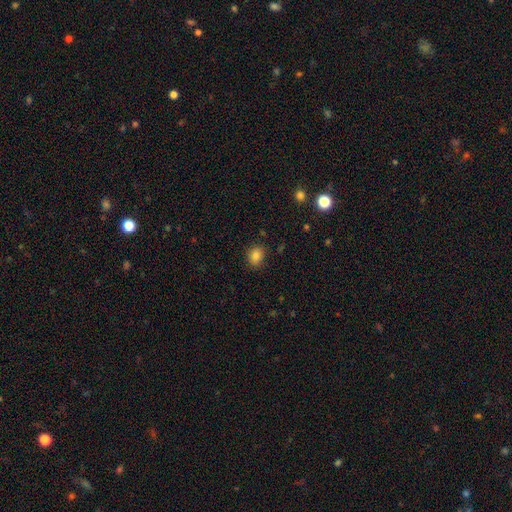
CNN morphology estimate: smooth_or_featured: smooth (p=0.83) [alt: star or artifact p=0.11]
how_rounded: in between (p=0.51) [alt: round p=0.48]
merging: none (p=0.85) [alt: minor disturbance p=0.11]